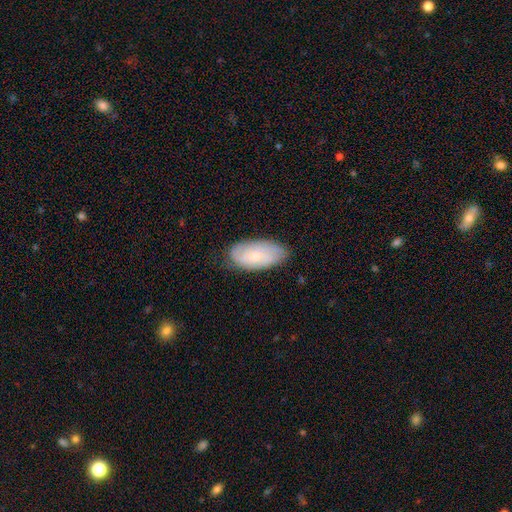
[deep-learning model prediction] This appears to be a featured or disk galaxy (48%). Merging: none (76%).